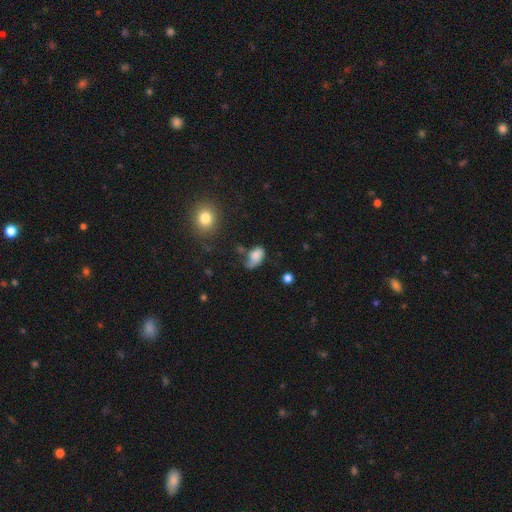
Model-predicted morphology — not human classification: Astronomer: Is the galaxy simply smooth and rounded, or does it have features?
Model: smooth — 72%.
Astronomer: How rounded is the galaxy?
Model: in between — 88%.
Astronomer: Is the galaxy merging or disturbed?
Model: minor disturbance — 32% (runner-up: none, 31%).